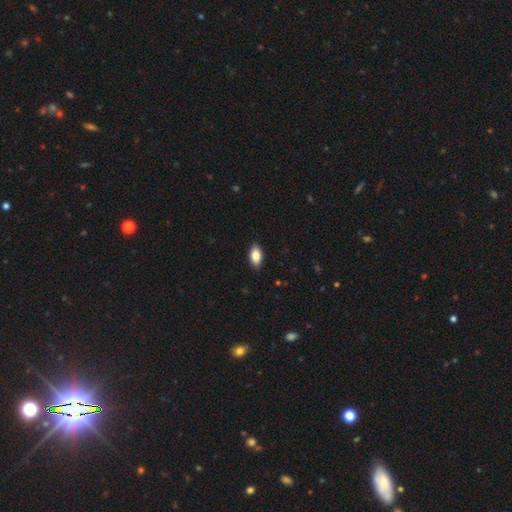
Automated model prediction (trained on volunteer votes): Q: Smooth or featured?
A: smooth (84%); runner-up: featured or disk (9%)
Q: How rounded?
A: in between (91%); runner-up: cigar-shaped (5%)
Q: Merging?
A: none (89%); runner-up: minor disturbance (9%)